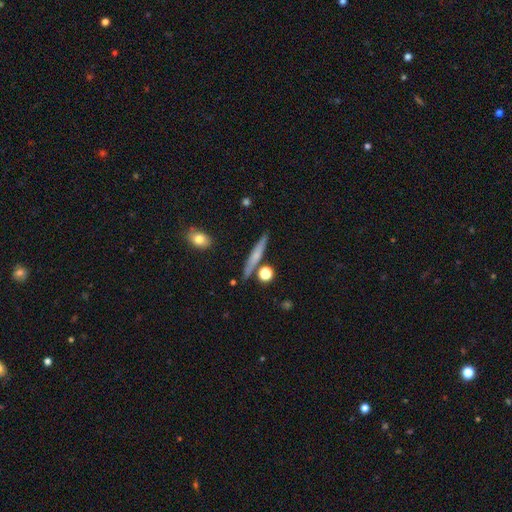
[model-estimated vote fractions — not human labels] smooth-or-featured: smooth: 52% | featured or disk: 39% | star or artifact: 9%
  how-rounded: cigar-shaped: 88% | in between: 7% | round: 5%
  merging: none: 81% | minor disturbance: 10% | merger: 6% | major disturbance: 3%